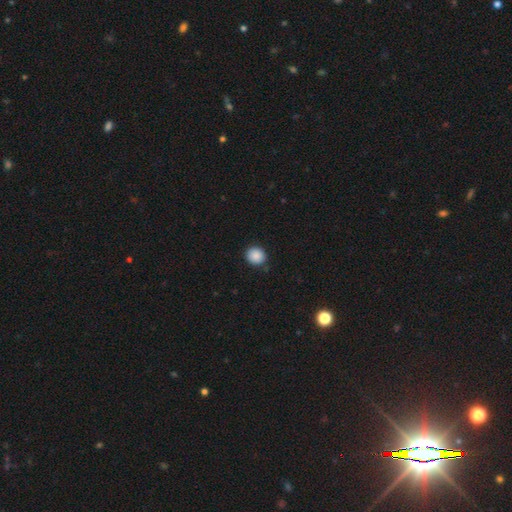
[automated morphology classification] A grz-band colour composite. It shows a smooth galaxy with no disk features (88%) that is round (83%). Merging: none (87%).